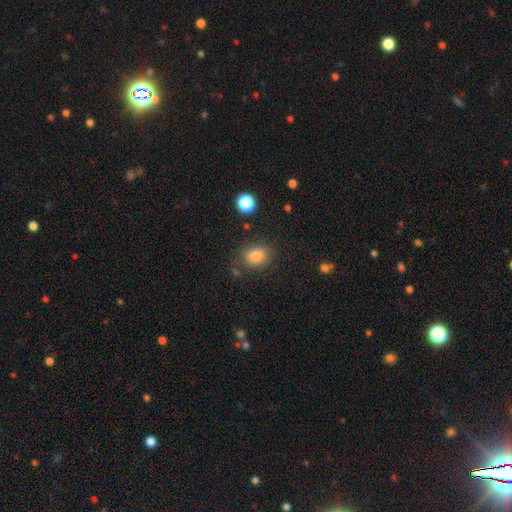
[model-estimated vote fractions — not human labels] Smooth or featured?
  - smooth: 83% *
  - star or artifact: 11%
  - featured or disk: 6%
How rounded?
  - round: 59% *
  - in between: 40%
  - cigar-shaped: 1%
Merging?
  - none: 79% *
  - minor disturbance: 13%
  - major disturbance: 4%
  - merger: 4%